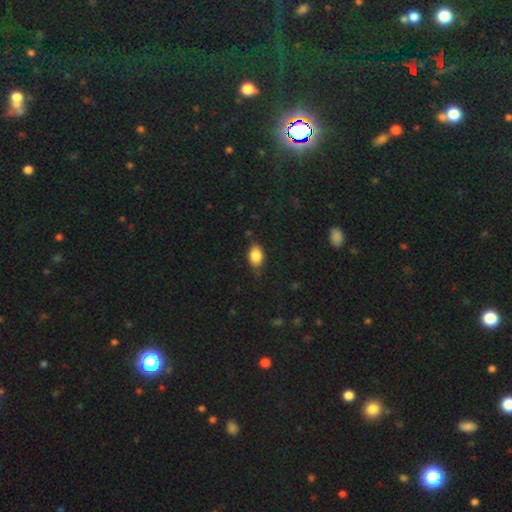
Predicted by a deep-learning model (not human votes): Smooth or featured?
  - smooth: 84% *
  - star or artifact: 8%
  - featured or disk: 8%
How rounded?
  - in between: 88% *
  - round: 10%
  - cigar-shaped: 2%
Merging?
  - none: 75% *
  - minor disturbance: 19%
  - major disturbance: 4%
  - merger: 1%